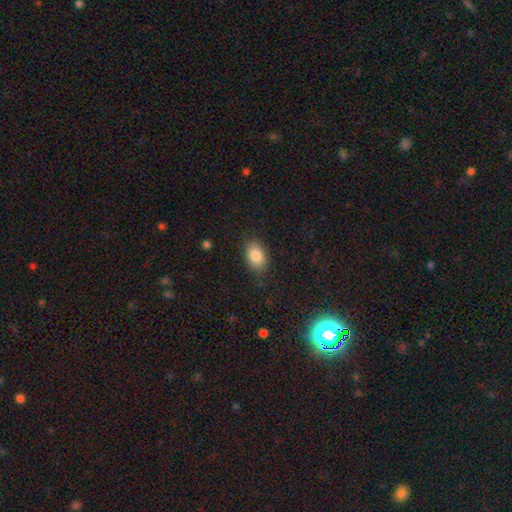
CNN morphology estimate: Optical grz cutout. It shows a smooth galaxy with no disk features (84%) that is in between round and cigar-shaped (84%). Merging: none (84%).